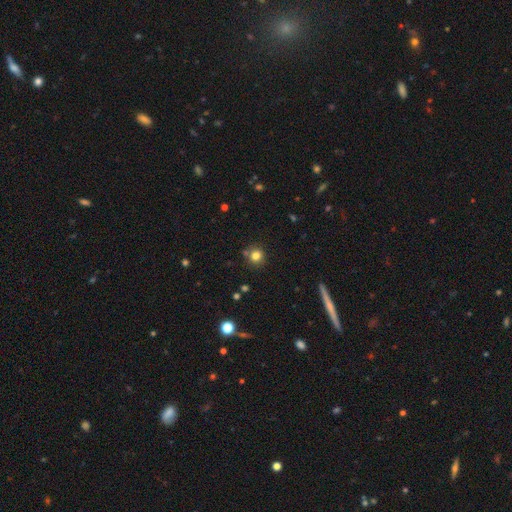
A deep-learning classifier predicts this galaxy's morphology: Smooth or featured: smooth — 79% (star or artifact — 14%)
How rounded: round — 91% (in between — 8%)
Merging: none — 80% (minor disturbance — 9%)